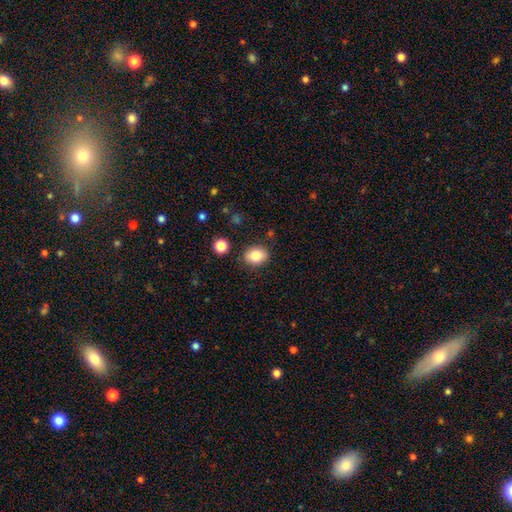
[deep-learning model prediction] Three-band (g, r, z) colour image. It shows a smooth galaxy with no disk features (83%) that is in between round and cigar-shaped (64%). Merging: none (85%).